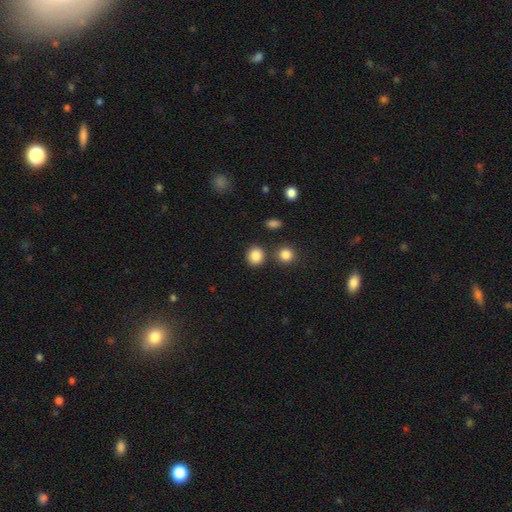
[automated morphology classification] A smooth galaxy with no disk features (86%) that is round (77%). Merging: none (80%).